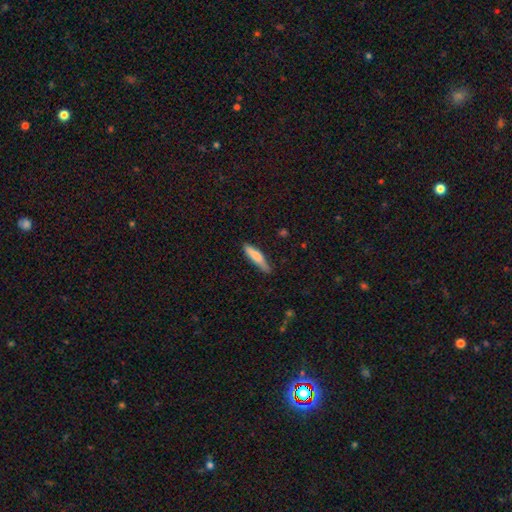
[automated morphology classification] This is likely a smooth galaxy (75%). How rounded: clearly cigar-shaped (81%). Merging: likely none (78%).